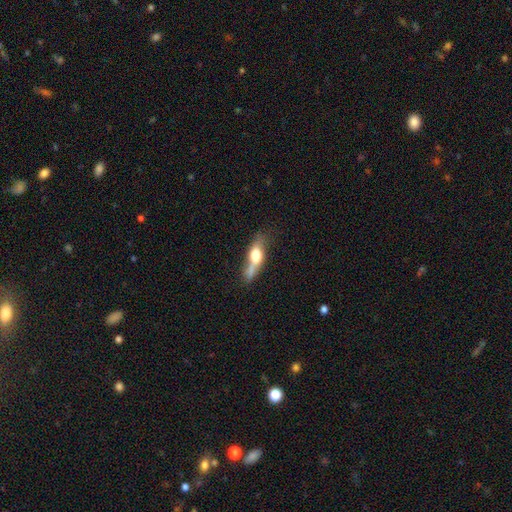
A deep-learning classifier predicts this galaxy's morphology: Smooth or featured? Predicted: smooth (p=0.52). How rounded? Predicted: cigar-shaped (p=0.47). Merging? Predicted: none (p=0.41).